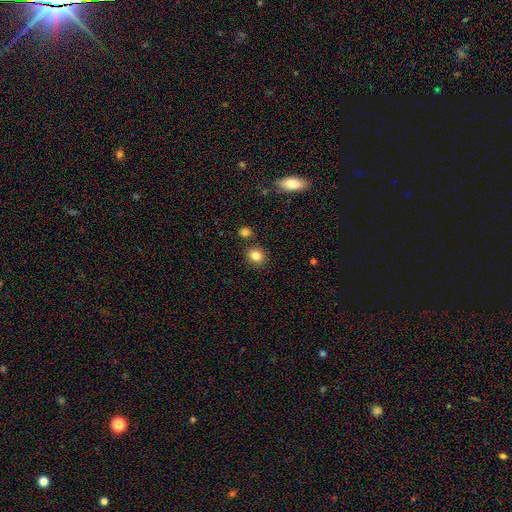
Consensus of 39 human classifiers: Smooth or featured?
  - smooth: 95% *
  - featured or disk: 3%
  - star or artifact: 3%
How rounded?
  - round: 73% *
  - in between: 24%
  - cigar-shaped: 3%
Merging?
  - none: 87% *
  - merger: 8%
  - minor disturbance: 5%
  - major disturbance: 0%